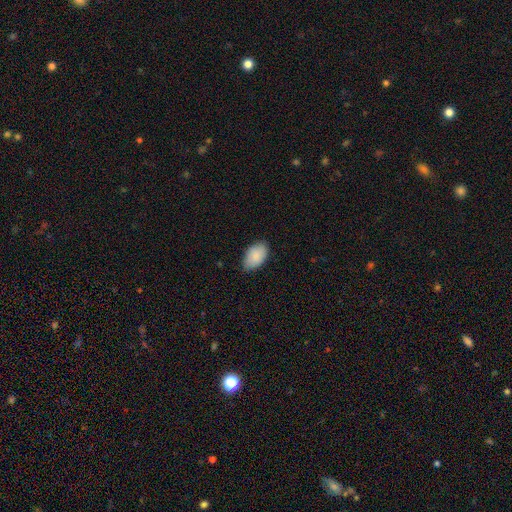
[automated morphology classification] smooth 89%, star or artifact 6%, featured or disk 5%. Down the decision tree: how rounded — in between (94%); merging — none (77%).